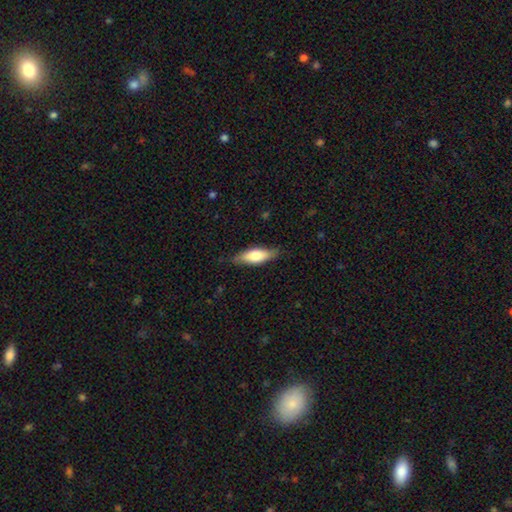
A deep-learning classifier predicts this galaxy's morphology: smooth_or_featured: smooth (p=0.66) [alt: featured or disk p=0.28]
how_rounded: in between (p=0.60) [alt: cigar-shaped p=0.37]
merging: none (p=0.81) [alt: minor disturbance p=0.15]